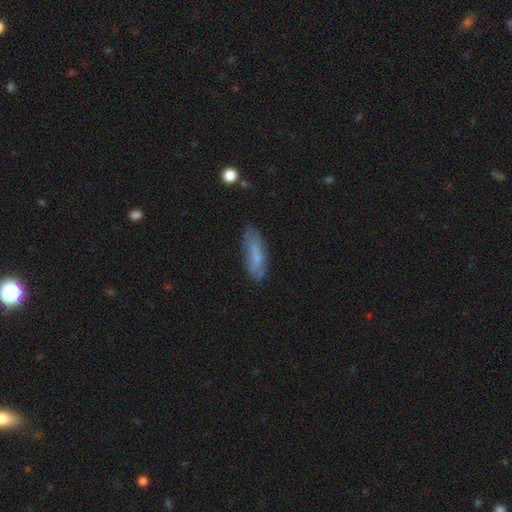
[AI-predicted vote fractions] Overall: smooth (59%; featured or disk 34%). How rounded: in between (54%; cigar-shaped 44%). Merging: none (68%).